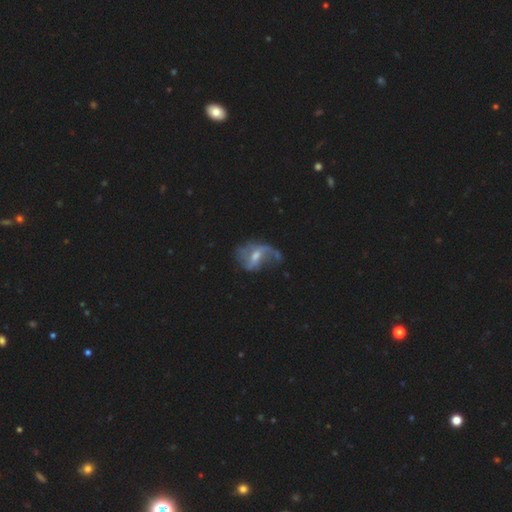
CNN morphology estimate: smooth-or-featured: featured or disk: 72% | smooth: 19% | star or artifact: 9%
  disk-edge-on: no: 96% | yes: 4%
    bar: weak: 51% | no: 29% | strong: 20%
    has-spiral-arms: yes: 76% | no: 24%
      spiral-winding: loose: 72% | medium: 22% | tight: 7%
      spiral-arm-count: 2: 48% | 1: 34% | can't tell: 12% | 3: 3% | 4: 1% | more than 4: 1%
    bulge-size: moderate: 49% | small: 38% | none: 8% | large: 5% | dominant: 1%
  merging: none: 36% | major disturbance: 35% | minor disturbance: 23% | merger: 6%